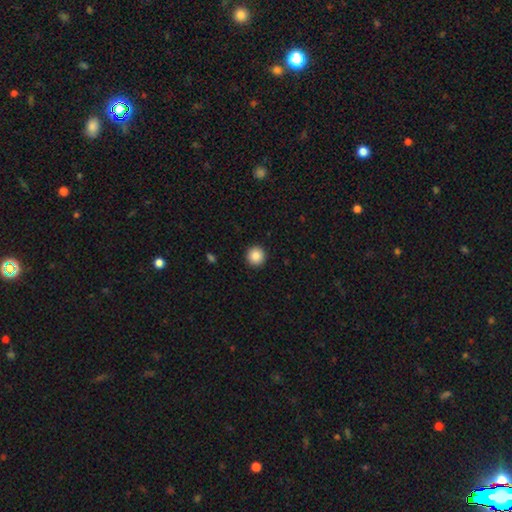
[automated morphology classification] Smooth or featured: smooth — 87% (star or artifact — 9%)
How rounded: round — 96% (in between — 3%)
Merging: none — 93% (minor disturbance — 4%)